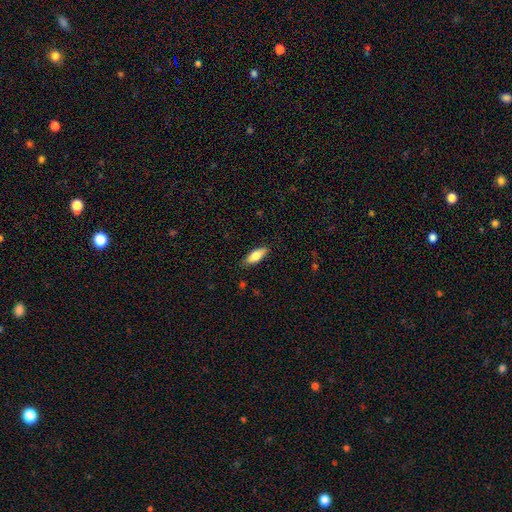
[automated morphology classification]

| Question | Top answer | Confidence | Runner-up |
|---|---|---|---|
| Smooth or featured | smooth | 78% | featured or disk (16%) |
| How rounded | in between | 73% | cigar-shaped (25%) |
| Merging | none | 85% | minor disturbance (11%) |